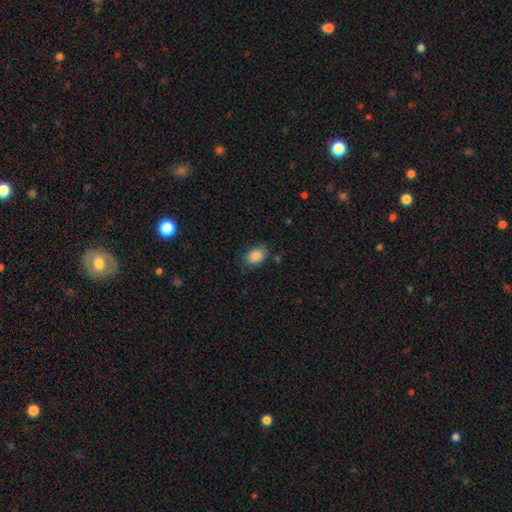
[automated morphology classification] type=smooth (87%); roundness=in between (82%); merging=none (76%).